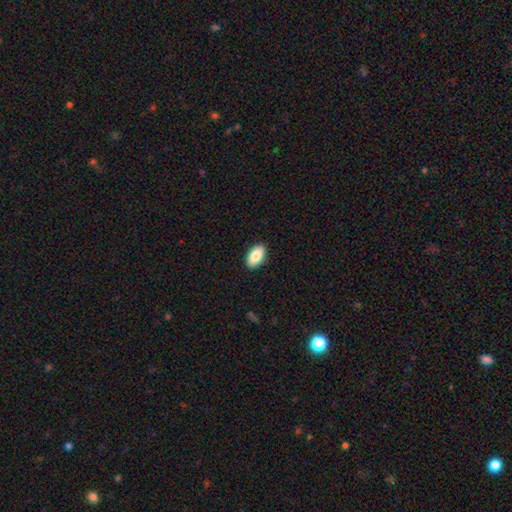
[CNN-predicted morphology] Smooth or featured?
  - smooth: 86% *
  - featured or disk: 8%
  - star or artifact: 7%
How rounded?
  - in between: 94% *
  - round: 4%
  - cigar-shaped: 2%
Merging?
  - none: 90% *
  - minor disturbance: 7%
  - major disturbance: 2%
  - merger: 1%